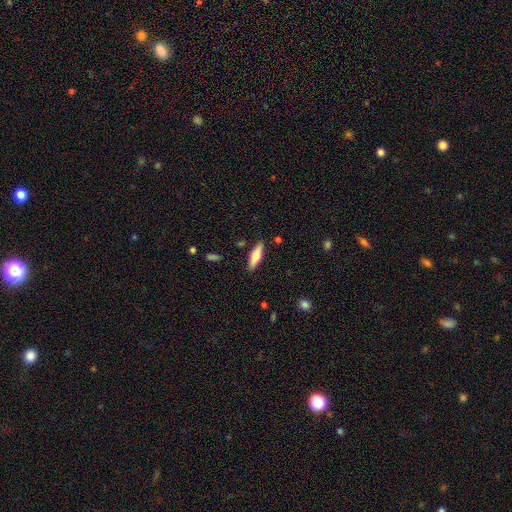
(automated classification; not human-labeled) The model was most divided on "how rounded": cigar-shaped: 55%, in between: 43%, round: 2%. More confident: merging — none (87%); smooth or featured — smooth (54%).